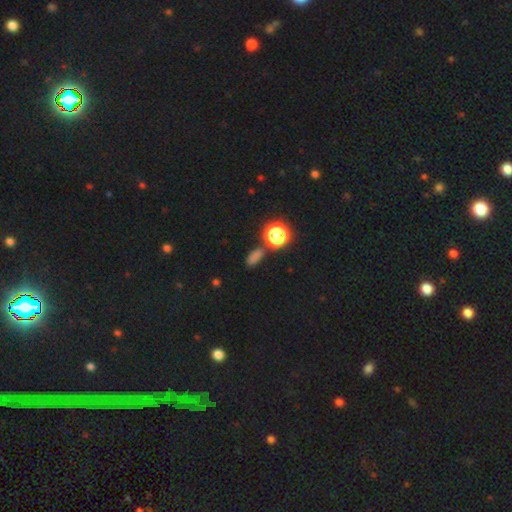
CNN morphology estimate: The model was most divided on "smooth or featured": smooth: 54%, star or artifact: 39%, featured or disk: 7%. More confident: merging — none (75%); how rounded — in between (56%).